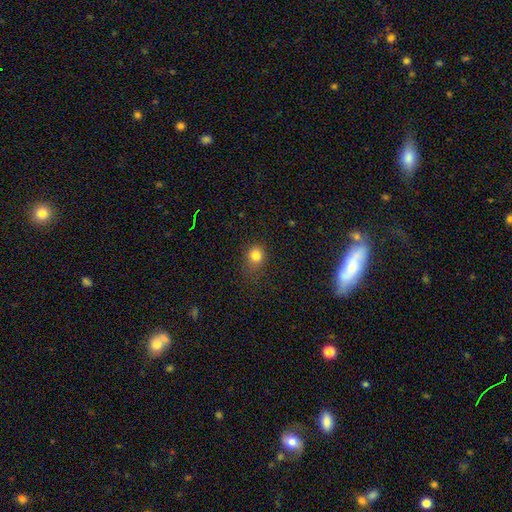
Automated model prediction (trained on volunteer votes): Smooth or featured?
  - smooth: 81% *
  - star or artifact: 13%
  - featured or disk: 6%
How rounded?
  - round: 63% *
  - in between: 36%
  - cigar-shaped: 1%
Merging?
  - none: 63% *
  - minor disturbance: 24%
  - major disturbance: 11%
  - merger: 2%